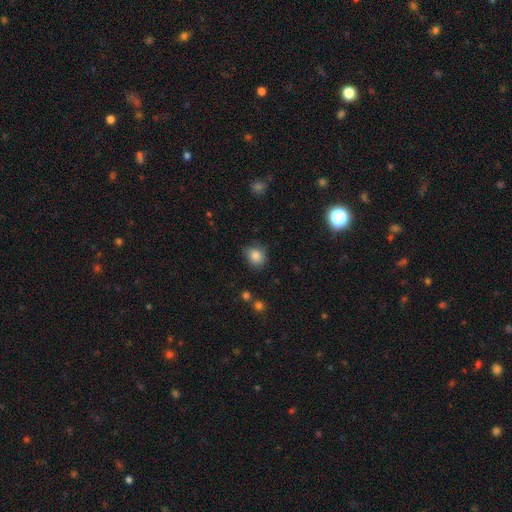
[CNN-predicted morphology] smooth_or_featured: smooth (p=0.84) [alt: star or artifact p=0.10]
how_rounded: round (p=0.69) [alt: in between p=0.30]
merging: none (p=0.73) [alt: minor disturbance p=0.21]